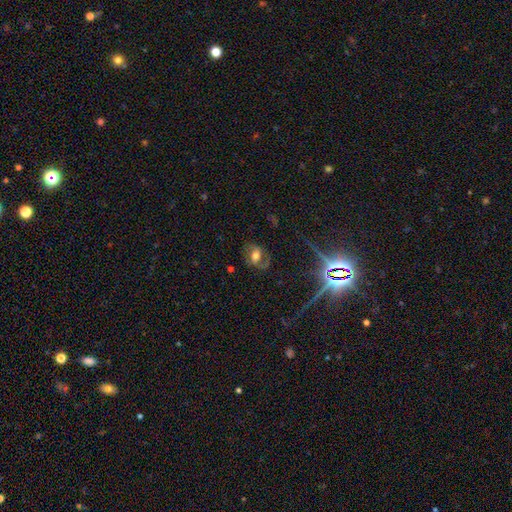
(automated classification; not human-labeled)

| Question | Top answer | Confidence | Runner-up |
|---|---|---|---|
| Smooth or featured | featured or disk | 59% | smooth (27%) |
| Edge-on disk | no | 95% | yes (5%) |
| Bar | weak | 38% | no (36%) |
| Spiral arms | yes | 81% | no (19%) |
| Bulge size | moderate | 63% | large (20%) |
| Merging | none | 68% | minor disturbance (18%) |